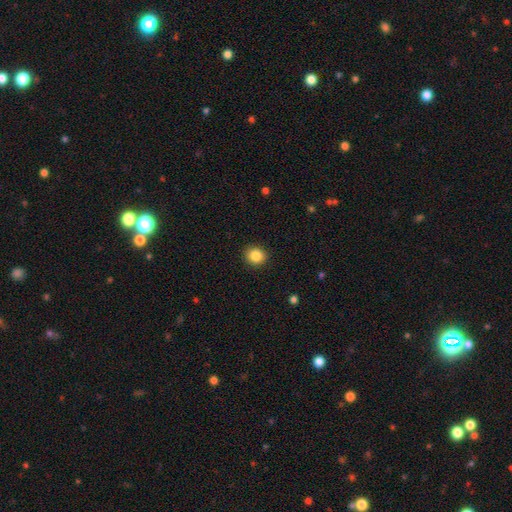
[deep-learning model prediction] Smooth or featured? smooth (86%)
How rounded? round (82%)
Merging? none (91%)